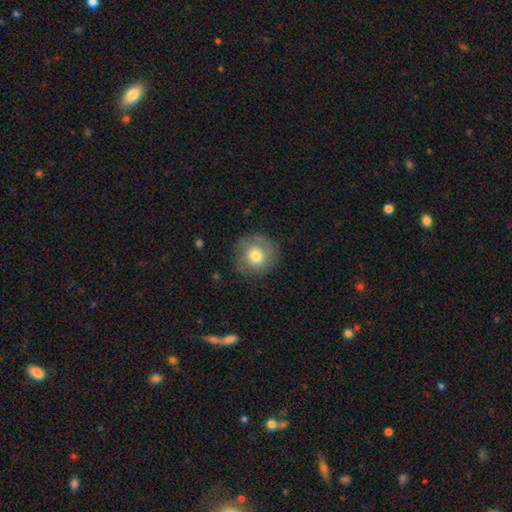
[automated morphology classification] smooth-or-featured: smooth: 62% | featured or disk: 30% | star or artifact: 8%
  how-rounded: round: 93% | in between: 6% | cigar-shaped: 1%
  merging: none: 81% | minor disturbance: 13% | major disturbance: 5% | merger: 1%